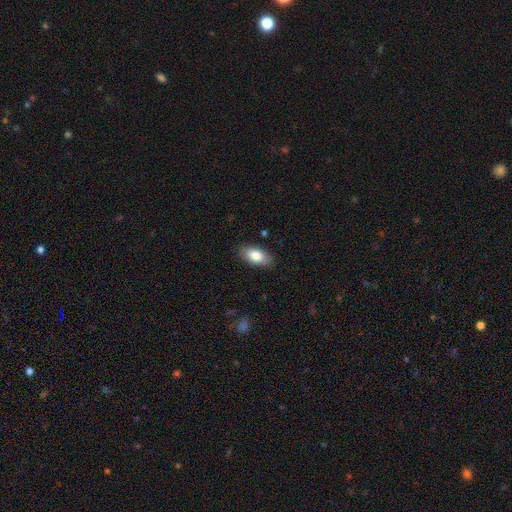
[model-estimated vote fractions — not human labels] This appears to be a smooth galaxy with no disk features (84%) that is in between round and cigar-shaped (92%). Merging: none (86%).